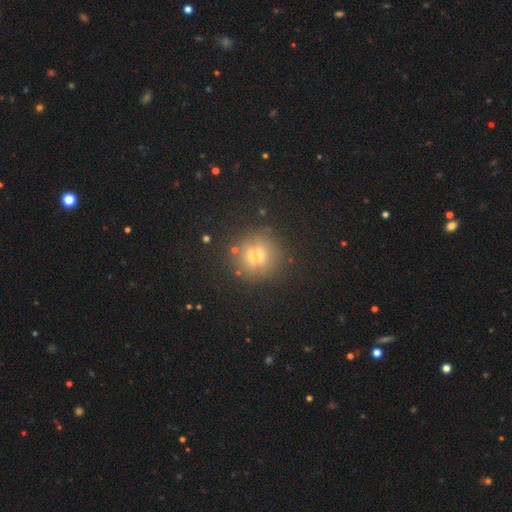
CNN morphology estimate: Smooth or featured? Predicted: smooth (p=0.51). How rounded? Predicted: round (p=0.84). Merging? Predicted: none (p=0.73).